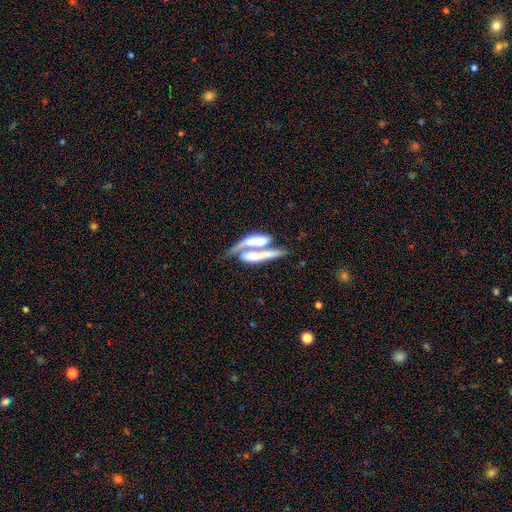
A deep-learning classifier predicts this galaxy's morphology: smooth_or_featured: smooth (p=0.49) [alt: featured or disk p=0.44]
merging: merger (p=0.67) [alt: none p=0.18]